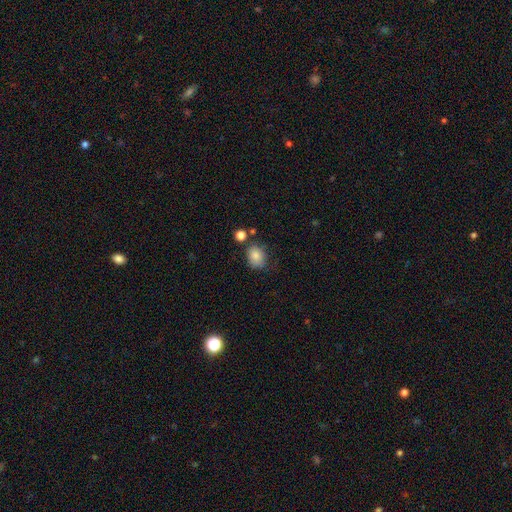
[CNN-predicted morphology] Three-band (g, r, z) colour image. It shows a smooth galaxy with no disk features (84%) that is in between round and cigar-shaped (51%). Merging: none (66%).